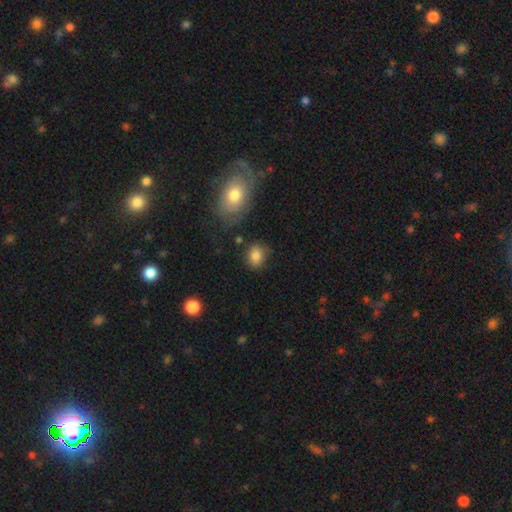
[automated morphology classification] Smooth or featured: smooth — 84% (star or artifact — 9%)
How rounded: in between — 50% (round — 48%)
Merging: none — 73% (minor disturbance — 18%)